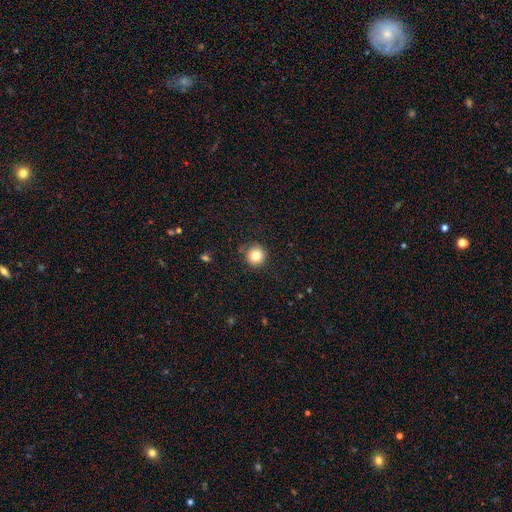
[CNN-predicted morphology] smooth-or-featured: smooth: 80% | star or artifact: 11% | featured or disk: 8%
  how-rounded: round: 95% | in between: 4% | cigar-shaped: 1%
  merging: none: 88% | minor disturbance: 8% | major disturbance: 3% | merger: 2%